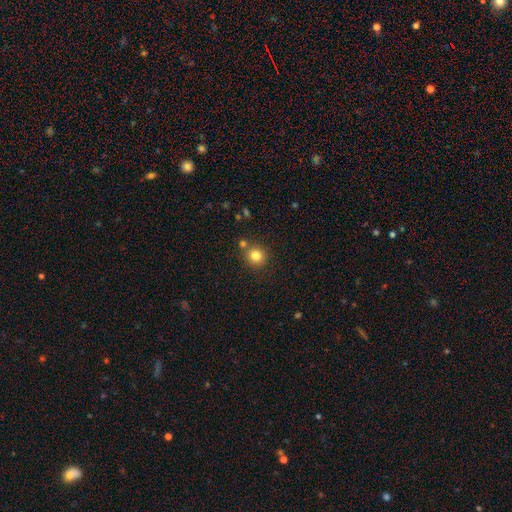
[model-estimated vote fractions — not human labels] Smooth or featured? Predicted: smooth (p=0.81). How rounded? Predicted: round (p=0.91). Merging? Predicted: none (p=0.80).